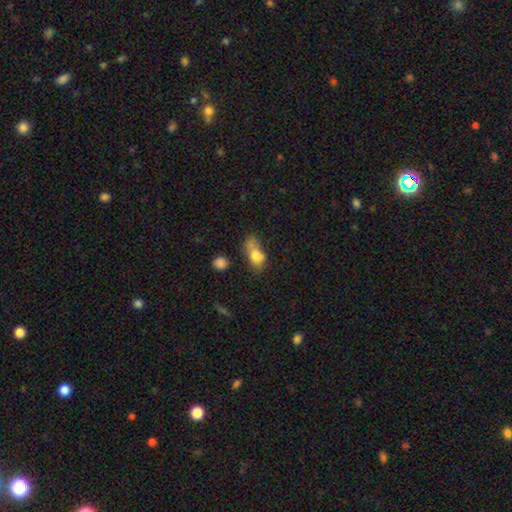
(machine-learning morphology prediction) smooth 69%, featured or disk 20%, star or artifact 11%. Down the decision tree: how rounded — in between (74%); merging — none (32%).